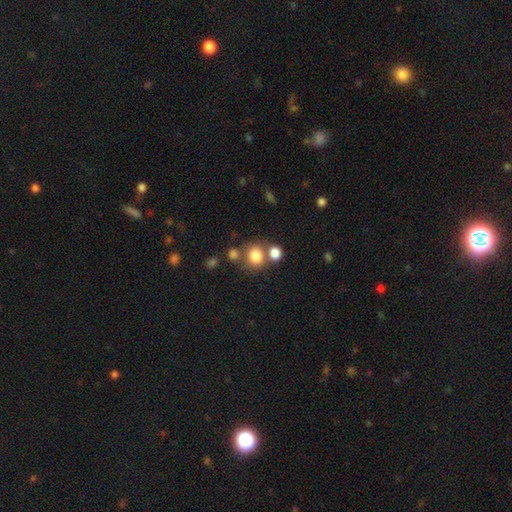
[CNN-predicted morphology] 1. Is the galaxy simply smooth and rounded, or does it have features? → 79% smooth, 12% star or artifact, 9% featured or disk.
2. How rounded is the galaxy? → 77% round, 22% in between, 1% cigar-shaped.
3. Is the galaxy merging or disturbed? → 59% none, 25% merger, 11% minor disturbance, 5% major disturbance.